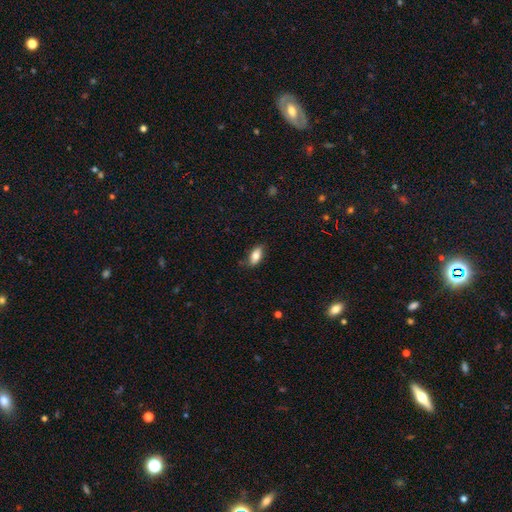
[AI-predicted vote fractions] Smooth or featured: smooth — 79% (featured or disk — 14%)
How rounded: in between — 88% (cigar-shaped — 9%)
Merging: none — 79% (minor disturbance — 17%)